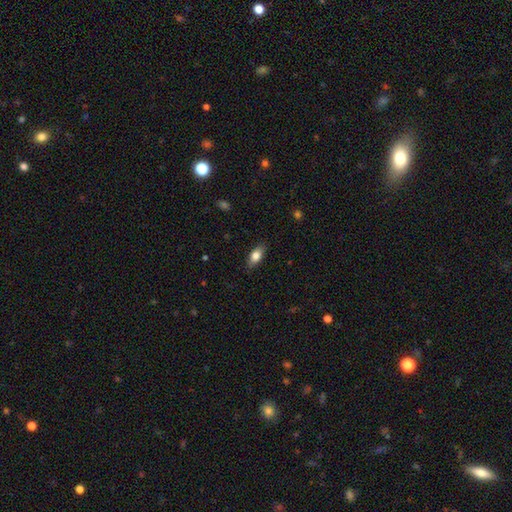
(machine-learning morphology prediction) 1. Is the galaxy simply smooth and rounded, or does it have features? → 77% smooth, 16% featured or disk, 7% star or artifact.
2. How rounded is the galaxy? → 82% in between, 13% cigar-shaped, 4% round.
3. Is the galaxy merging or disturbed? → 85% none, 11% minor disturbance, 2% major disturbance, 1% merger.